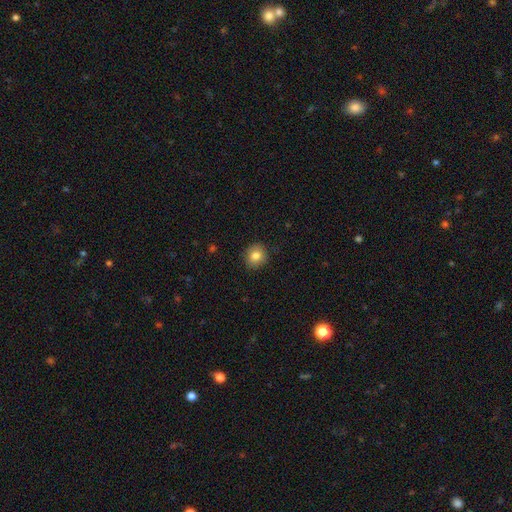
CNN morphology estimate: This appears to be a smooth galaxy with no disk features (82%) that is round (86%). Merging: none (89%).